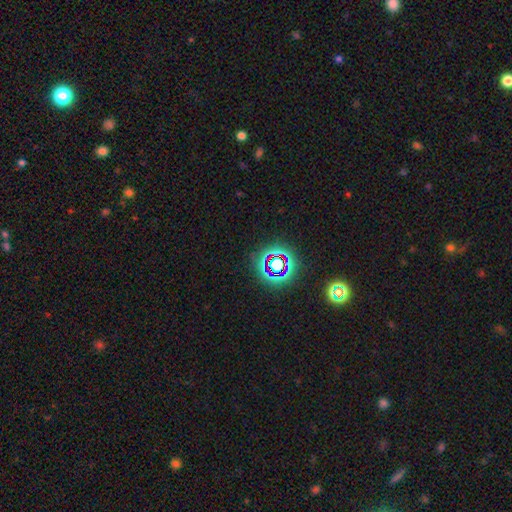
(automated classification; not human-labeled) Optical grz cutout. It shows a star or artifact, not a galaxy (62%).